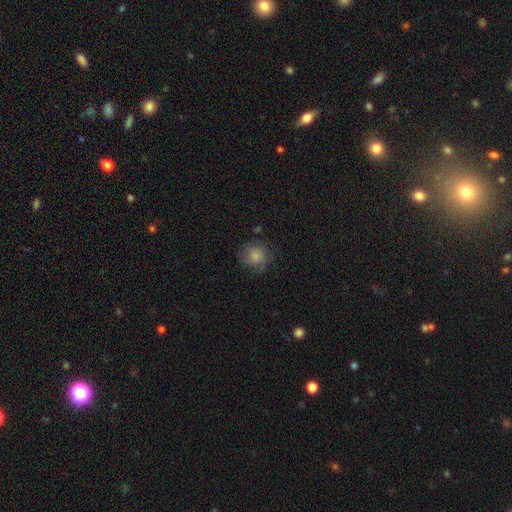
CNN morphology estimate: This appears to be a smooth galaxy with no disk features (73%) that is round (87%). Merging: none (68%).